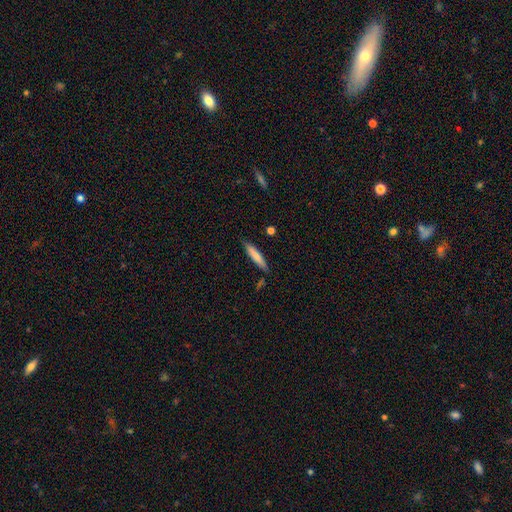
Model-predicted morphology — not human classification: smooth-or-featured: smooth: 76% | featured or disk: 18% | star or artifact: 6%
  how-rounded: cigar-shaped: 89% | in between: 10% | round: 1%
  merging: none: 84% | minor disturbance: 11% | merger: 3% | major disturbance: 2%